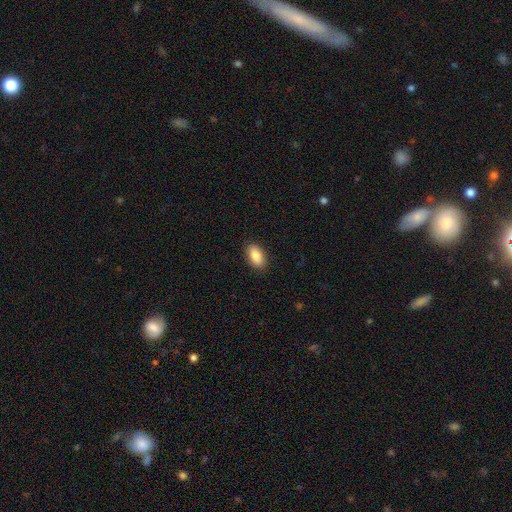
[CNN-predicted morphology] A smooth galaxy with no disk features (86%) that is in between round and cigar-shaped (91%).

Vote fractions:
- Smooth or featured? smooth: 86% / featured or disk: 8% / star or artifact: 7%
- How rounded? in between: 91% / cigar-shaped: 5% / round: 4%
- Merging? none: 89% / minor disturbance: 8% / major disturbance: 2% / merger: 1%